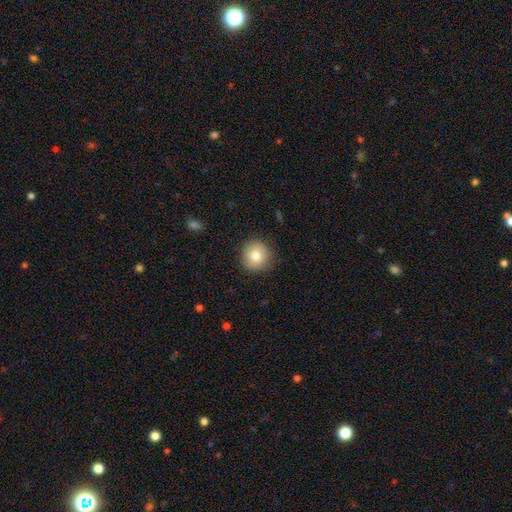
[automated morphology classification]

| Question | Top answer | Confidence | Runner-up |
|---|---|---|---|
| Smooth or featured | smooth | 80% | featured or disk (11%) |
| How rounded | round | 92% | in between (7%) |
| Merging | none | 89% | minor disturbance (8%) |